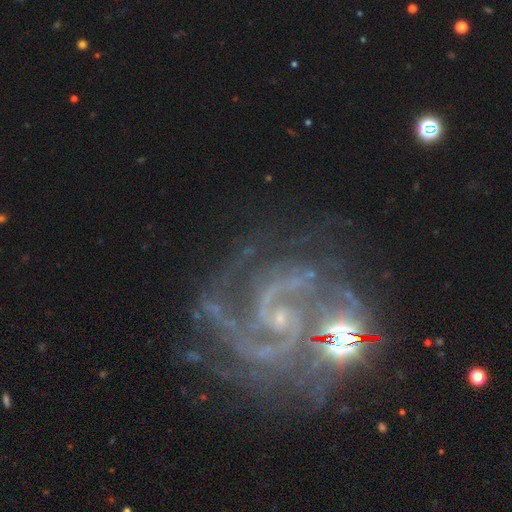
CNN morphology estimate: This is clearly a featured or disk galaxy (90%). It is clearly not viewed edge-on (98%). Bar: possibly no (53%). Spiral arm pattern: clearly yes (98%). Spiral arm count: likely 2 (62%). Spiral winding: possibly medium (49%). Central bulge: likely small (79%). Merging: likely none (61%).